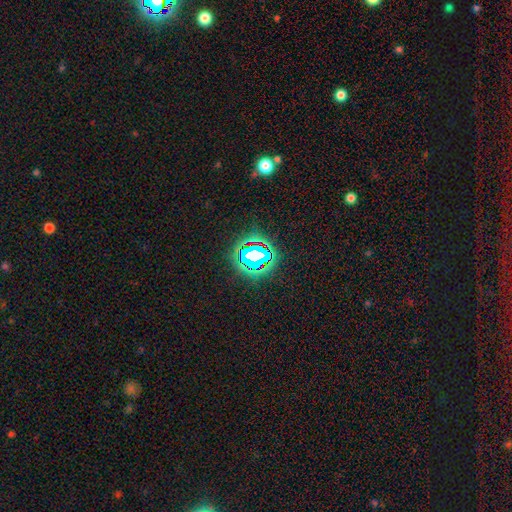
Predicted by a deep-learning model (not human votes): Smooth or featured: star or artifact — 62% (smooth — 22%)